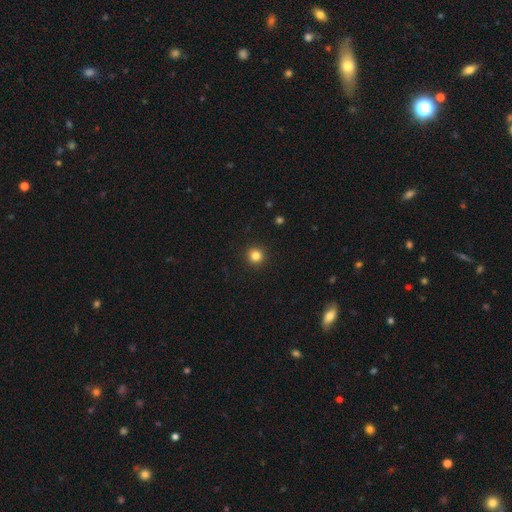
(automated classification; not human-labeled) Q: Smooth or featured?
A: smooth (84%); runner-up: star or artifact (12%)
Q: How rounded?
A: round (95%); runner-up: in between (4%)
Q: Merging?
A: none (93%); runner-up: minor disturbance (4%)